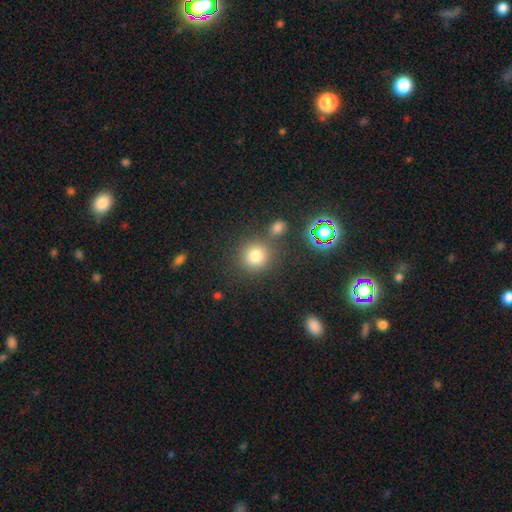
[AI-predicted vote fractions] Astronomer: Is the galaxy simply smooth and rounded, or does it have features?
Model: smooth — 76%.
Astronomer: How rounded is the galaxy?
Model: round — 91%.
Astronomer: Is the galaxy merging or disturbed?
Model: none — 75%.